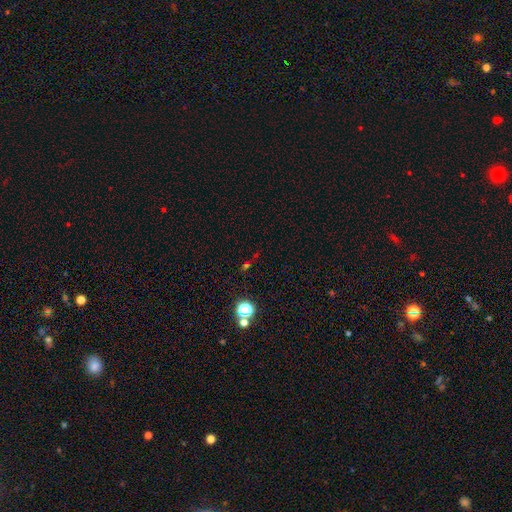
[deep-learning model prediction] This is possibly a star or artifact rather than a galaxy (58%).